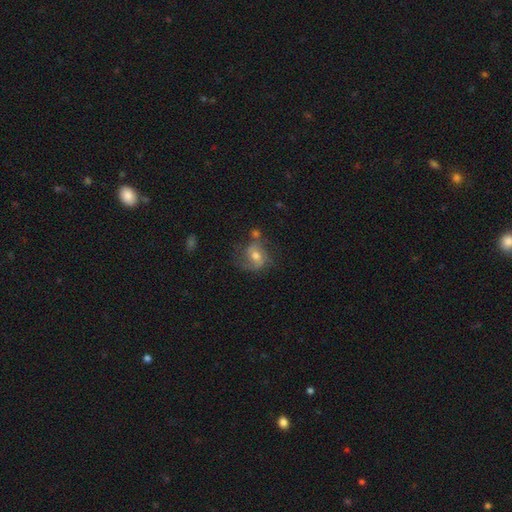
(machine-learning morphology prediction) smooth_or_featured: featured or disk (p=0.46) [alt: smooth p=0.44]
merging: none (p=0.47) [alt: minor disturbance p=0.25]